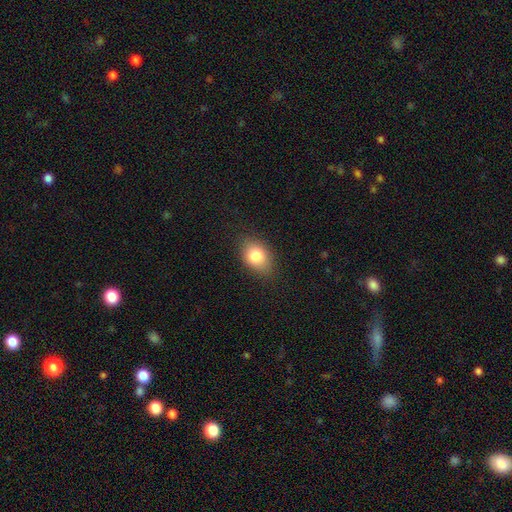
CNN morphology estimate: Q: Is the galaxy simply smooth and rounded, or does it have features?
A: smooth — 83%.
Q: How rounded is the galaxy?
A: in between — 76%.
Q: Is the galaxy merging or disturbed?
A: none — 77%.